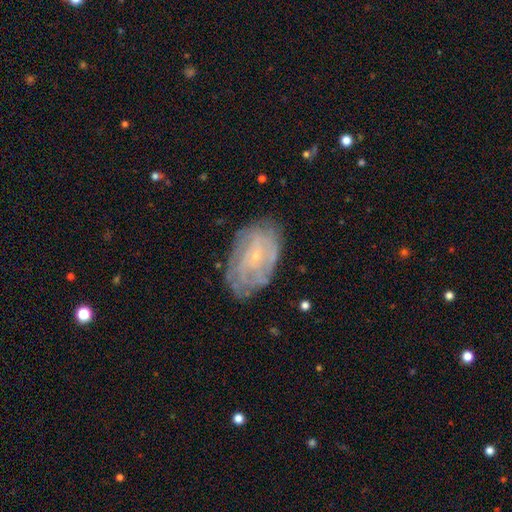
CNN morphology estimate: Smooth or featured: featured or disk — 72% (smooth — 19%)
Edge-on disk: no — 95% (yes — 5%)
Bar: no — 66% (weak — 28%)
Spiral arms: yes — 83% (no — 17%)
Spiral winding: tight — 67% (medium — 24%)
Spiral arm count: can't tell — 55% (2 — 12%)
Bulge size: small — 84% (moderate — 11%)
Merging: none — 75% (minor disturbance — 18%)